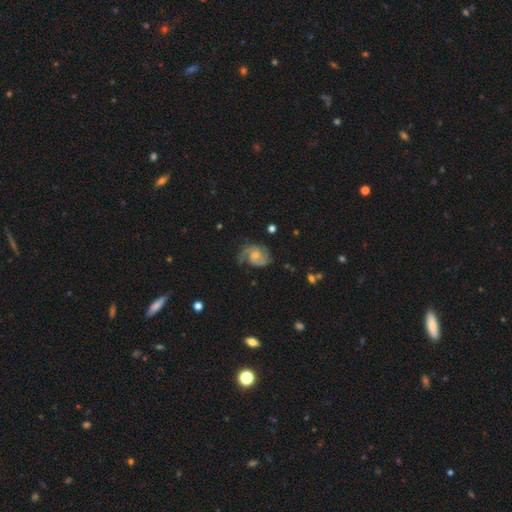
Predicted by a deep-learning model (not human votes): featured or disk 85%, smooth 10%, star or artifact 6%. Down the decision tree: edge-on disk — no (98%); bar — no (69%); spiral arms — yes (96%); spiral arm count — 2 (65%); spiral winding — medium (46%); bulge size — moderate (47%); merging — none (62%).